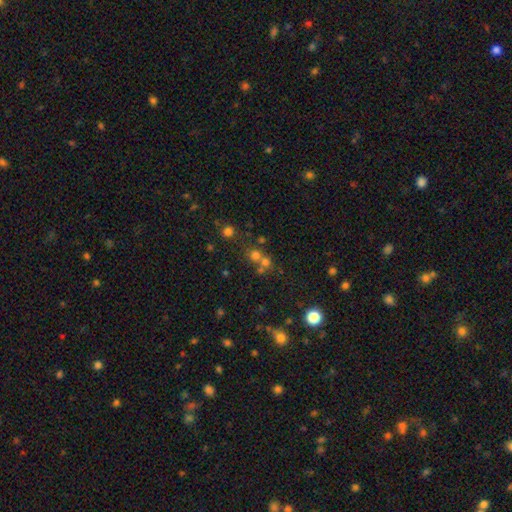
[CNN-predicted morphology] smooth_or_featured: smooth (p=0.61) [alt: star or artifact p=0.25]
how_rounded: round (p=0.86) [alt: in between p=0.13]
merging: none (p=0.50) [alt: merger p=0.40]